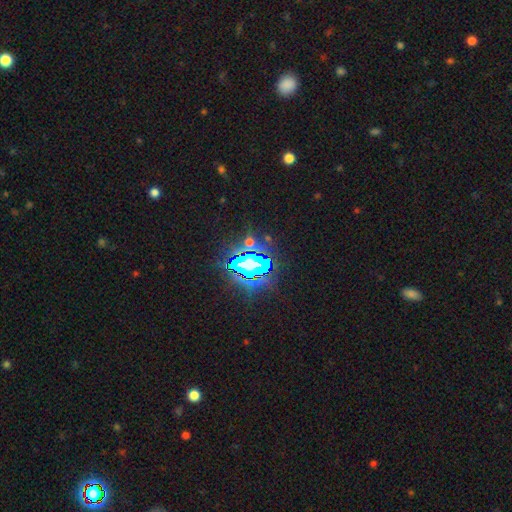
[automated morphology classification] smooth-or-featured: star or artifact: 81% | smooth: 12% | featured or disk: 8%